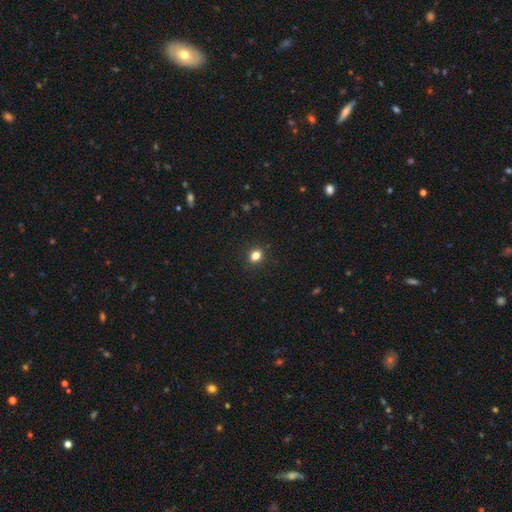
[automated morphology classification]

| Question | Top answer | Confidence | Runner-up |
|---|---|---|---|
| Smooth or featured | smooth | 81% | star or artifact (14%) |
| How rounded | round | 57% | in between (42%) |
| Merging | none | 89% | minor disturbance (8%) |